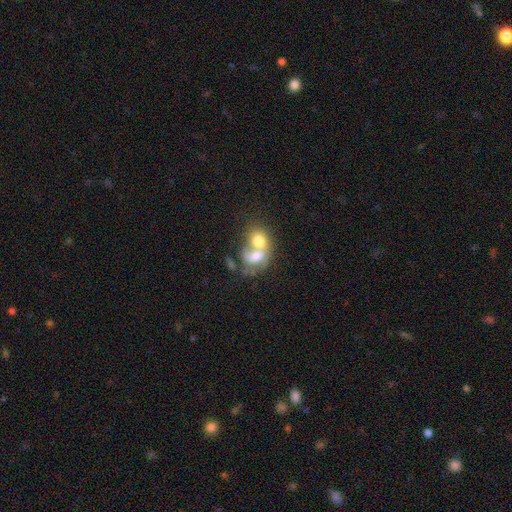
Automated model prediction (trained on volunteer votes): smooth 58%, featured or disk 34%, star or artifact 8%. Down the decision tree: how rounded — in between (53%); merging — merger (78%).